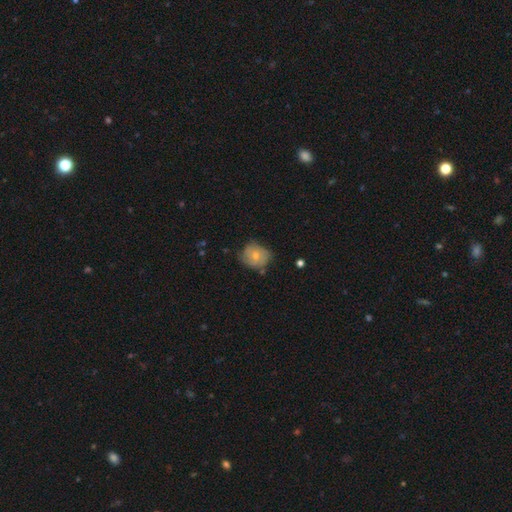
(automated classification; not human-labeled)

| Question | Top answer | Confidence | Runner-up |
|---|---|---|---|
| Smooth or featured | smooth | 58% | featured or disk (34%) |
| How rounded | round | 70% | in between (29%) |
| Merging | none | 56% | minor disturbance (32%) |